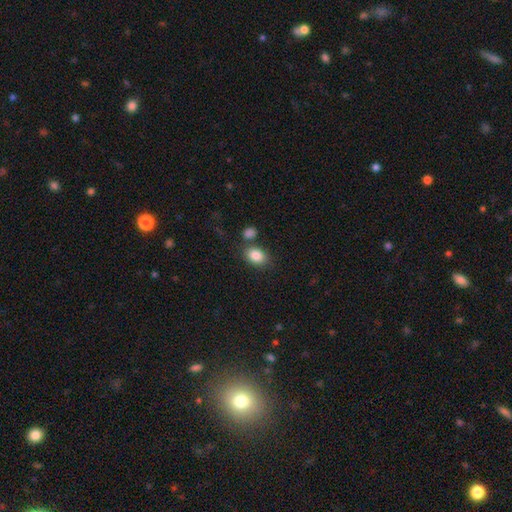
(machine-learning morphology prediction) The model was most divided on "how rounded": in between: 72%, round: 27%, cigar-shaped: 1%. More confident: smooth or featured — smooth (85%); merging — none (69%).